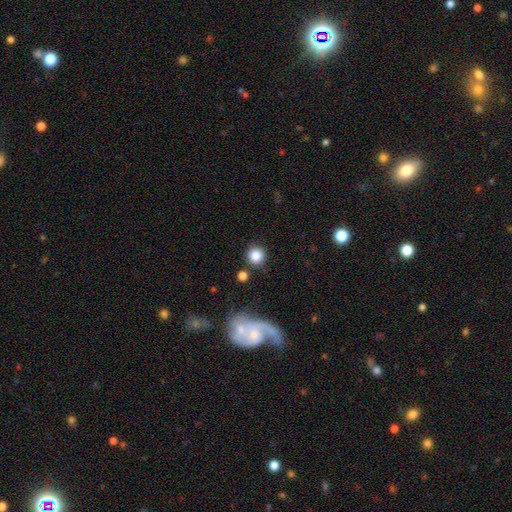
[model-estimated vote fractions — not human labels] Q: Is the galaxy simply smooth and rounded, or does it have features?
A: smooth — 83%.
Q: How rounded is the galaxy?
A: round — 92%.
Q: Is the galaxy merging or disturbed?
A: none — 81%.